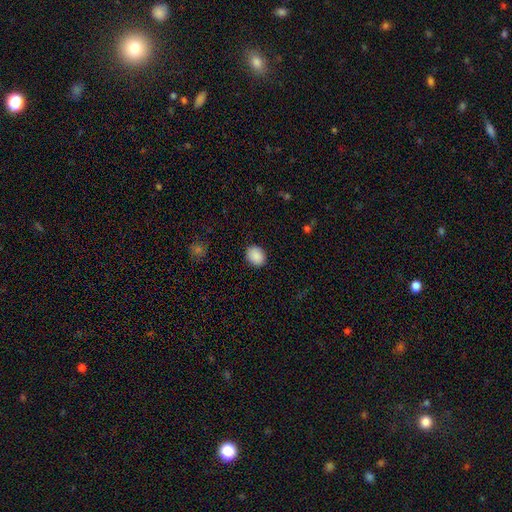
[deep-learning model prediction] smooth 90%, star or artifact 8%, featured or disk 3%. Down the decision tree: how rounded — round (51%); merging — none (89%).